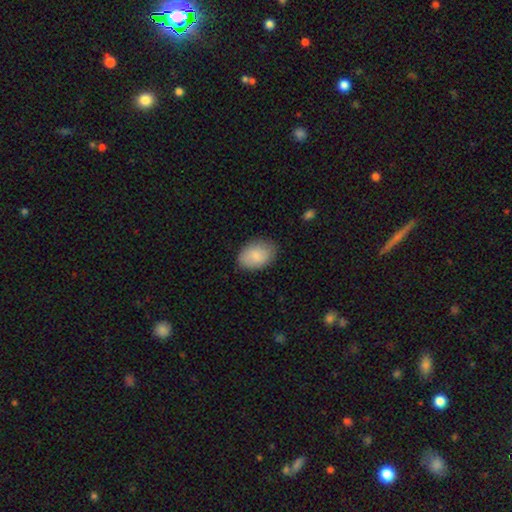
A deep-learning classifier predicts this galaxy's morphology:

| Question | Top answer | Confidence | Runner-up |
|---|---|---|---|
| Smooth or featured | smooth | 86% | featured or disk (8%) |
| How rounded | in between | 85% | round (14%) |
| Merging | none | 82% | minor disturbance (14%) |